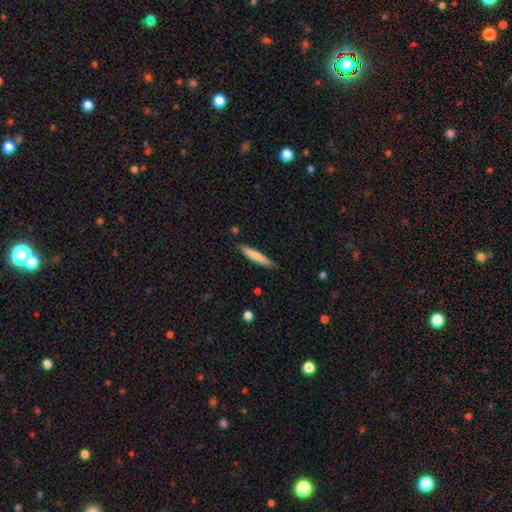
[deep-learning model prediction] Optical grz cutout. It shows a smooth galaxy with no disk features (74%) that is cigar-shaped (92%). Merging: none (86%).